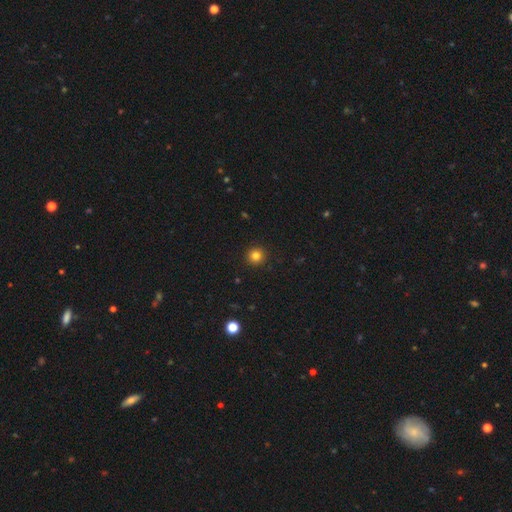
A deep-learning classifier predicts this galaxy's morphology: Smooth or featured? Predicted: smooth (p=0.82). How rounded? Predicted: round (p=0.95). Merging? Predicted: none (p=0.93).